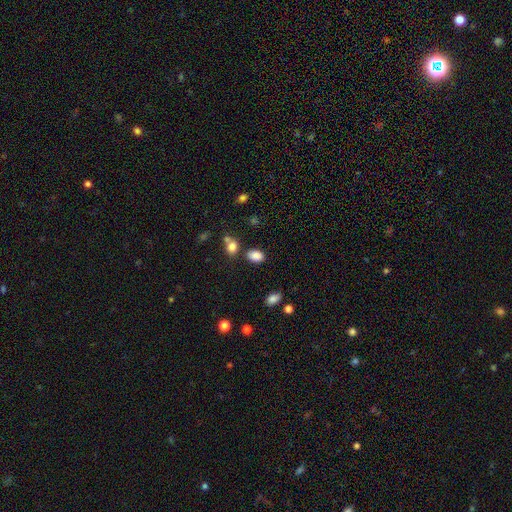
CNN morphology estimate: Q: Smooth or featured?
A: smooth (86%); runner-up: star or artifact (10%)
Q: How rounded?
A: in between (82%); runner-up: round (17%)
Q: Merging?
A: none (75%); runner-up: minor disturbance (13%)